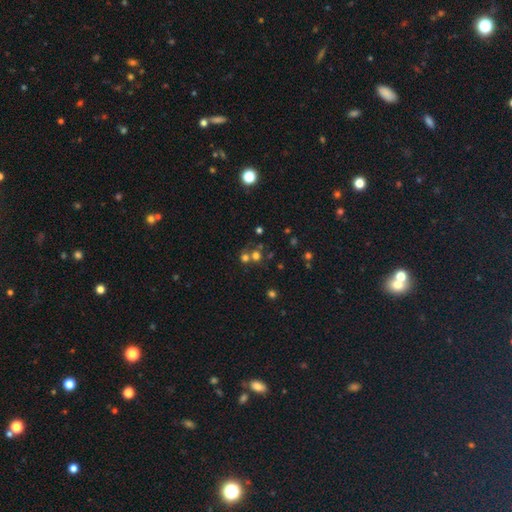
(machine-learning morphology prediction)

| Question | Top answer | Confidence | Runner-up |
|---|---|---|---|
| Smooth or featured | smooth | 58% | star or artifact (28%) |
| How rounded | round | 84% | in between (15%) |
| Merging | none | 47% | merger (41%) |